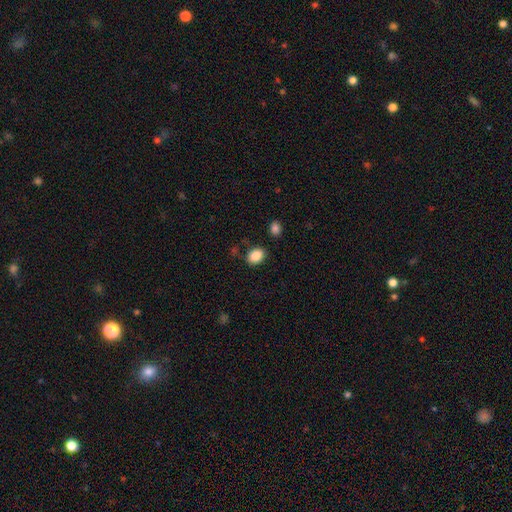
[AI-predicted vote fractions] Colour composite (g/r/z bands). It shows a smooth galaxy with no disk features (88%) that is in between round and cigar-shaped (67%). Merging: none (82%).